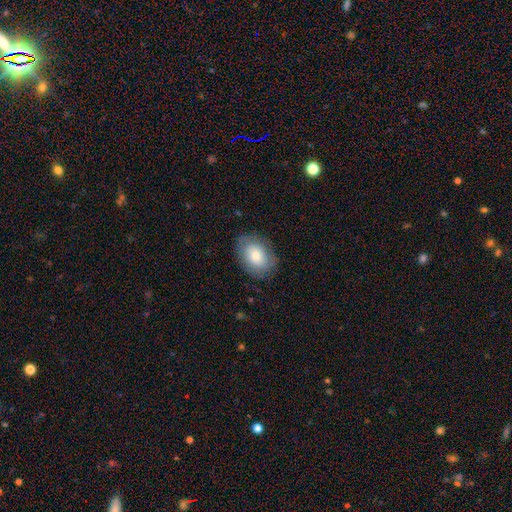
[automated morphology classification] smooth_or_featured: smooth (p=0.72) [alt: featured or disk p=0.20]
how_rounded: in between (p=0.75) [alt: round p=0.24]
merging: none (p=0.80) [alt: minor disturbance p=0.14]